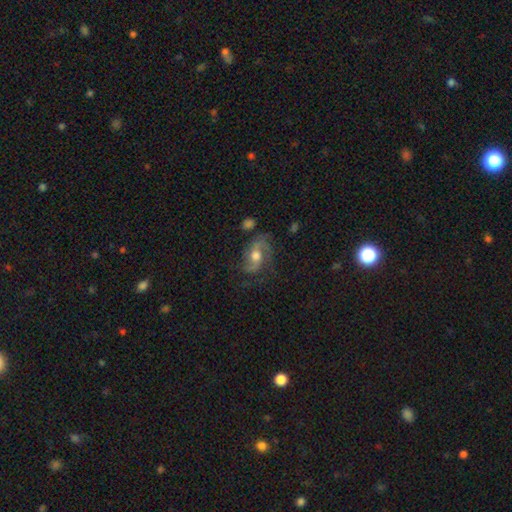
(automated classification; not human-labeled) Morphology: type=featured or disk (76%); edge-on=no (96%); bar=no (53%); spiral arms=yes (91%); winding=medium (46%); arm count=2 (74%); bulge=moderate (69%); merging=none (63%).